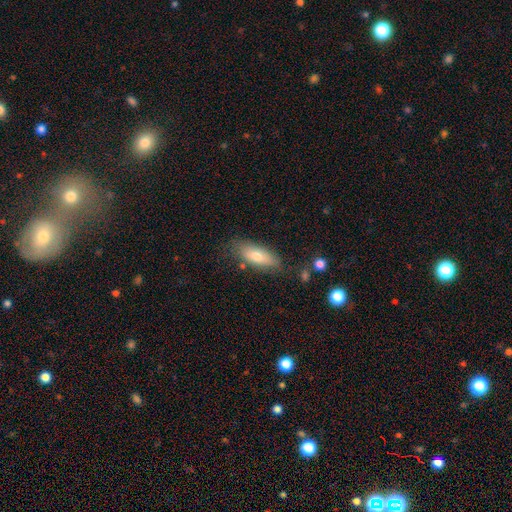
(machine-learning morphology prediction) Overall: smooth (68%). How rounded: in between (68%; cigar-shaped 29%). Merging: none (76%).